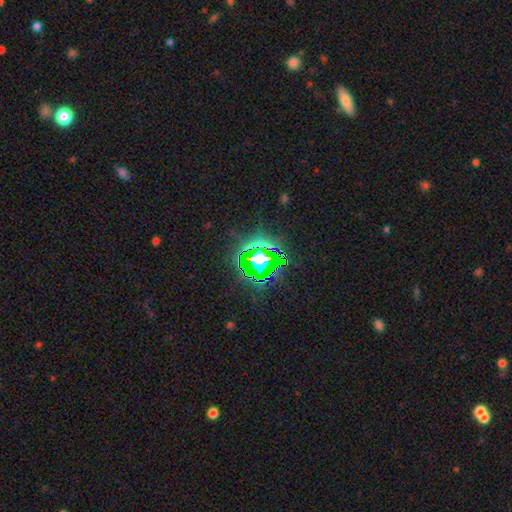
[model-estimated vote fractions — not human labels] This is likely a star or artifact rather than a galaxy (80%).